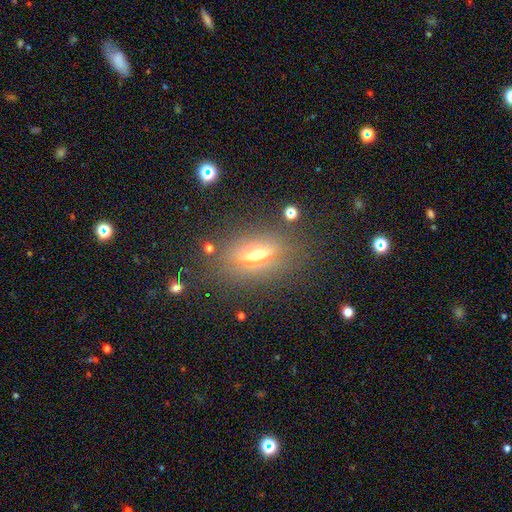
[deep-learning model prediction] Smooth or featured? featured or disk (50%)
Edge-on disk? yes (75%)
Merging? none (77%)